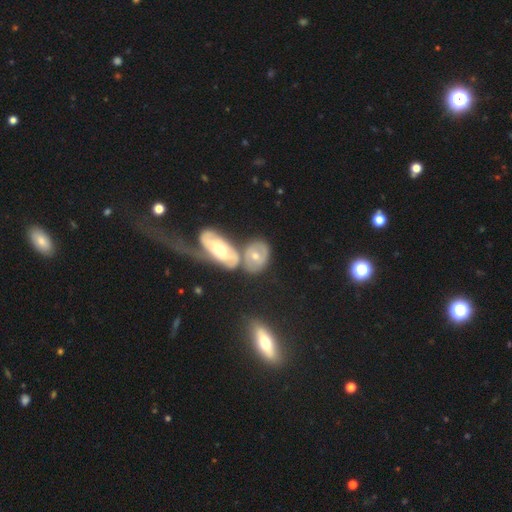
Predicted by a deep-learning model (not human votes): smooth-or-featured: featured or disk: 53% | smooth: 40% | star or artifact: 7%
  disk-edge-on: no: 91% | yes: 9%
  merging: none: 45% | merger: 35% | minor disturbance: 14% | major disturbance: 6%